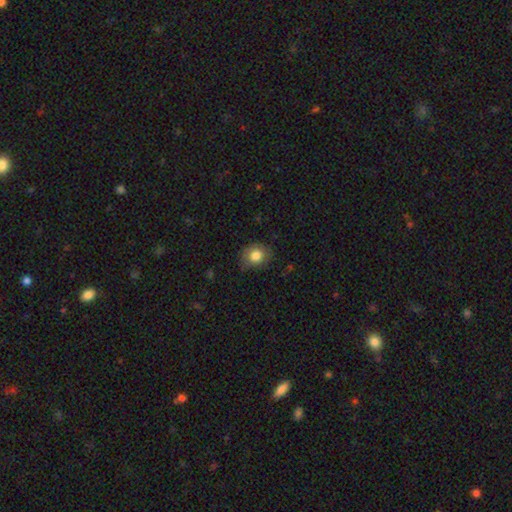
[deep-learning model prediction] Smooth or featured? Predicted: smooth (p=0.81). How rounded? Predicted: round (p=0.64). Merging? Predicted: none (p=0.75).